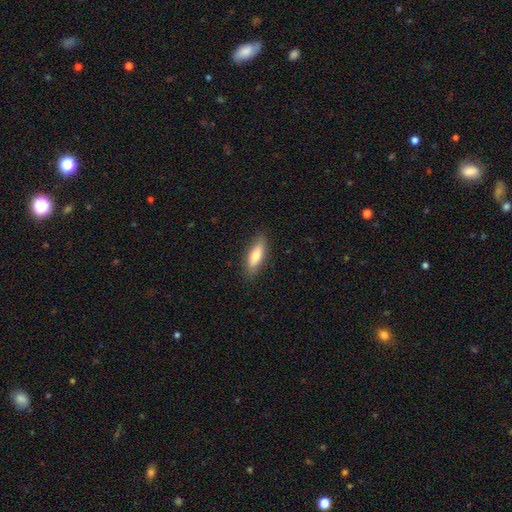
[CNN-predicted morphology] The model was most divided on "how rounded": in between: 52%, cigar-shaped: 46%, round: 2%. More confident: merging — none (87%); smooth or featured — smooth (69%).